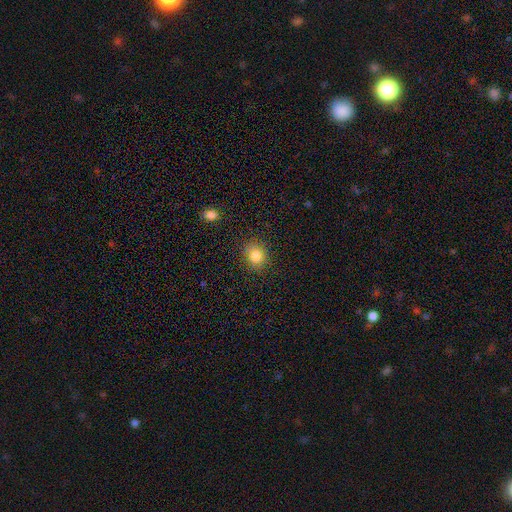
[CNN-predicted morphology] Smooth or featured? Predicted: smooth (p=0.83). How rounded? Predicted: round (p=0.74). Merging? Predicted: none (p=0.88).